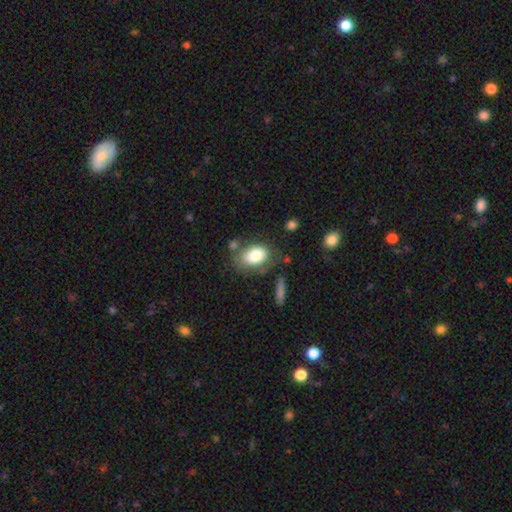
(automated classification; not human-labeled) A smooth galaxy with no disk features (79%) that is in between round and cigar-shaped (84%).

Vote fractions:
- Smooth or featured? smooth: 79% / featured or disk: 13% / star or artifact: 8%
- How rounded? in between: 84% / round: 15% / cigar-shaped: 1%
- Merging? none: 61% / minor disturbance: 20% / merger: 9% / major disturbance: 9%